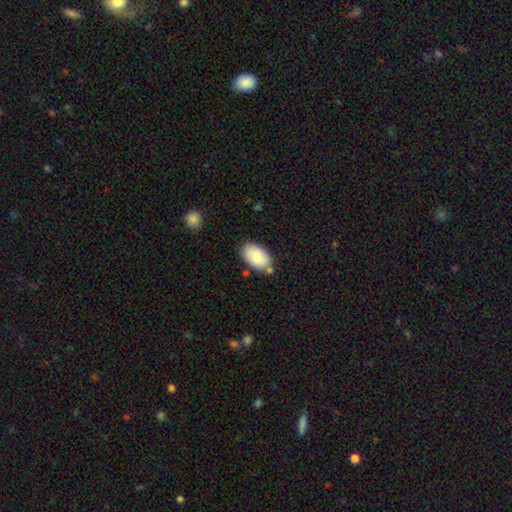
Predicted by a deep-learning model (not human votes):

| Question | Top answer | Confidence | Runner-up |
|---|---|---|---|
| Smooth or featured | smooth | 82% | featured or disk (12%) |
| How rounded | in between | 94% | round (5%) |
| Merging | none | 74% | minor disturbance (16%) |